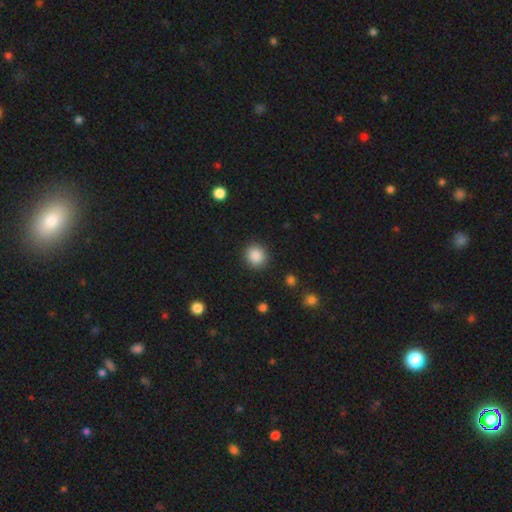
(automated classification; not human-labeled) Q: Smooth or featured?
A: smooth (88%); runner-up: star or artifact (9%)
Q: How rounded?
A: round (85%); runner-up: in between (14%)
Q: Merging?
A: none (90%); runner-up: minor disturbance (7%)